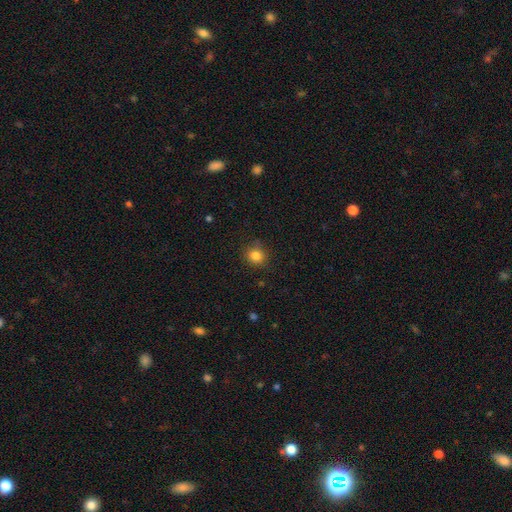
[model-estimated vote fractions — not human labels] Smooth or featured? smooth (83%)
How rounded? round (82%)
Merging? none (85%)